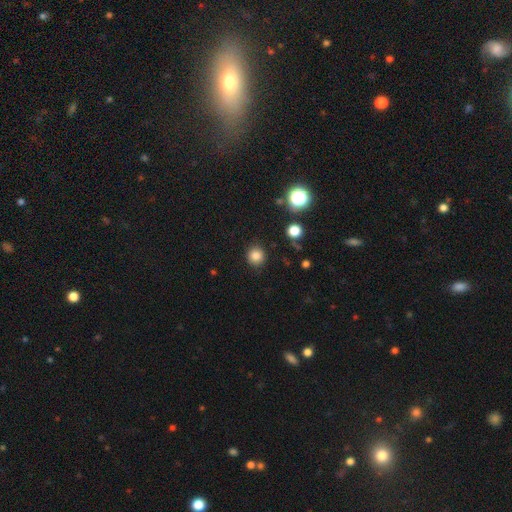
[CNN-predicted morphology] smooth-or-featured: smooth: 83% | star or artifact: 13% | featured or disk: 4%
  how-rounded: round: 92% | in between: 7% | cigar-shaped: 1%
  merging: none: 90% | minor disturbance: 7% | major disturbance: 2% | merger: 2%